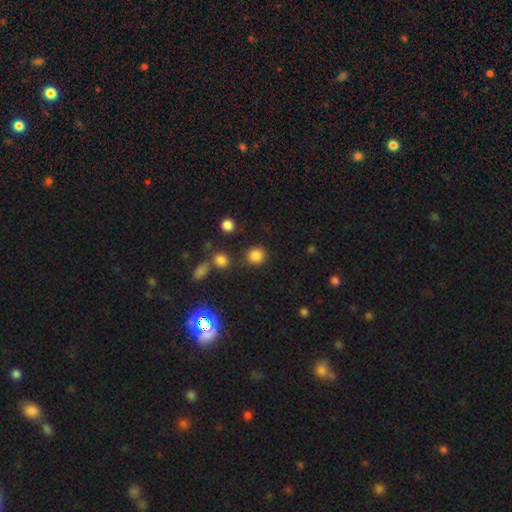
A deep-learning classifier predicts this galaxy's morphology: The model was most divided on "smooth or featured": smooth: 82%, star or artifact: 13%, featured or disk: 4%. More confident: how rounded — round (87%); merging — none (80%).